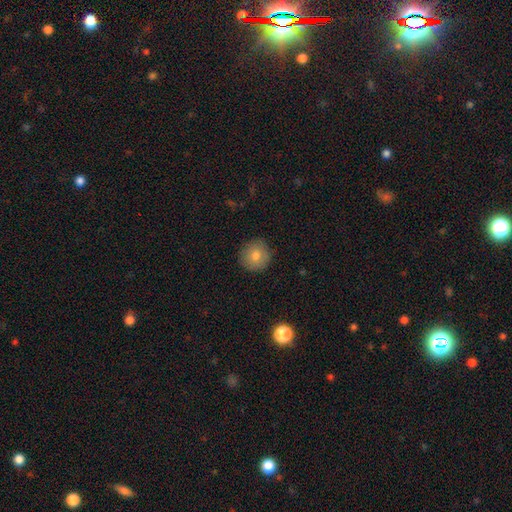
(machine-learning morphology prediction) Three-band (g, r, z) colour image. It shows a smooth galaxy with no disk features (79%) that is round (94%). Merging: none (90%).